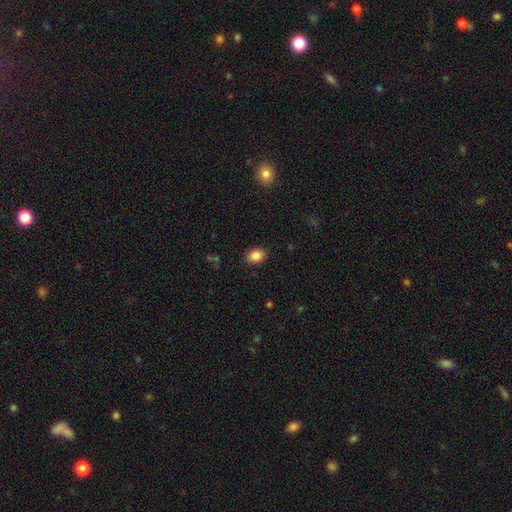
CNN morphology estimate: smooth 87%, star or artifact 9%, featured or disk 4%. Down the decision tree: how rounded — in between (75%); merging — none (87%).